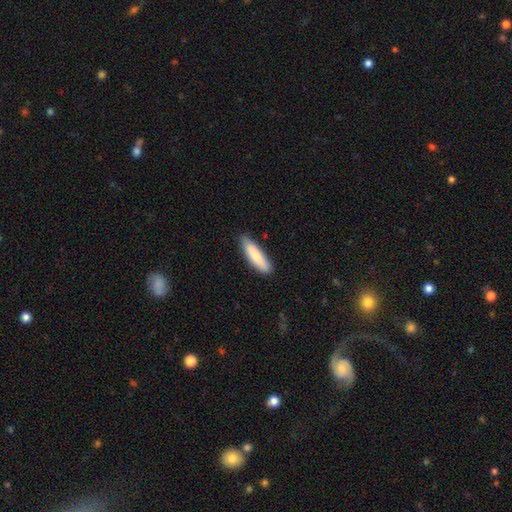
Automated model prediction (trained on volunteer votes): smooth 82%, featured or disk 13%, star or artifact 5%. Down the decision tree: how rounded — cigar-shaped (70%); merging — none (85%).